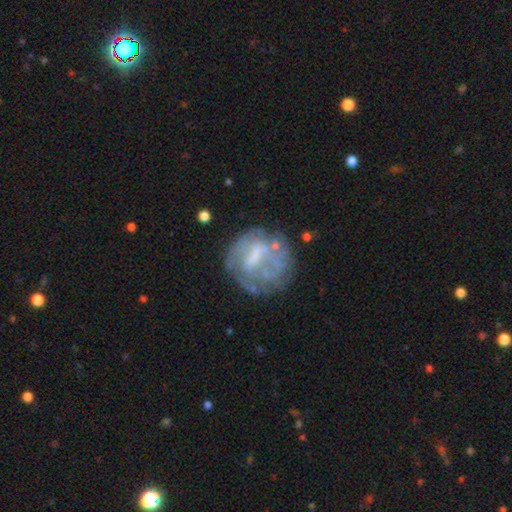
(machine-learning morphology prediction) A featured or disk galaxy (61%) with a weak bar (38%, tied with no), no spiral arms (72%) and no central bulge (43%). Merging: none (52%).